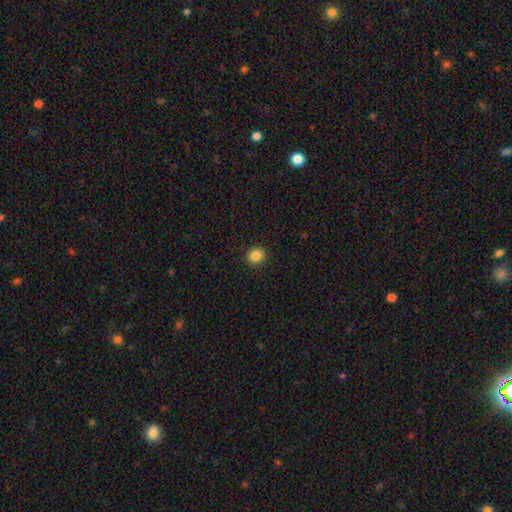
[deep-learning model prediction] The model was most divided on "smooth or featured": smooth: 86%, star or artifact: 11%, featured or disk: 4%. More confident: merging — none (92%); how rounded — round (88%).